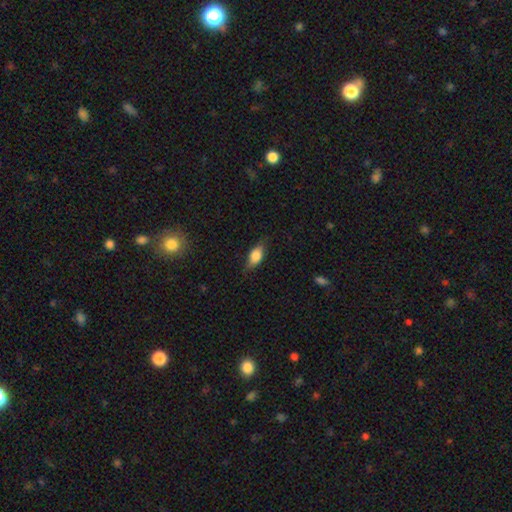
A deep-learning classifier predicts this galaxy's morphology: The model was most divided on "merging": none: 73%, minor disturbance: 20%, major disturbance: 5%, merger: 1%. More confident: how rounded — in between (81%); smooth or featured — smooth (73%).